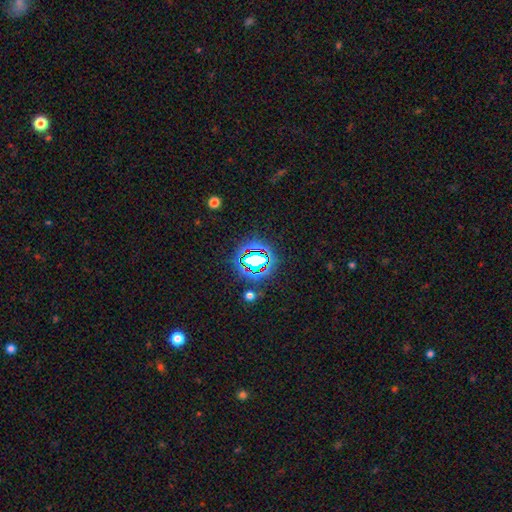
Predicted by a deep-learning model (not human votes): Smooth or featured?
  - star or artifact: 78% *
  - smooth: 13%
  - featured or disk: 9%